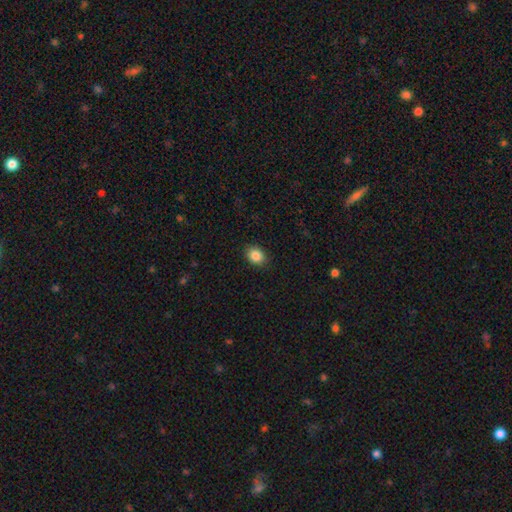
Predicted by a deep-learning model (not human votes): Overall: smooth (87%). How rounded: in between (53%; round 46%). Merging: none (89%).